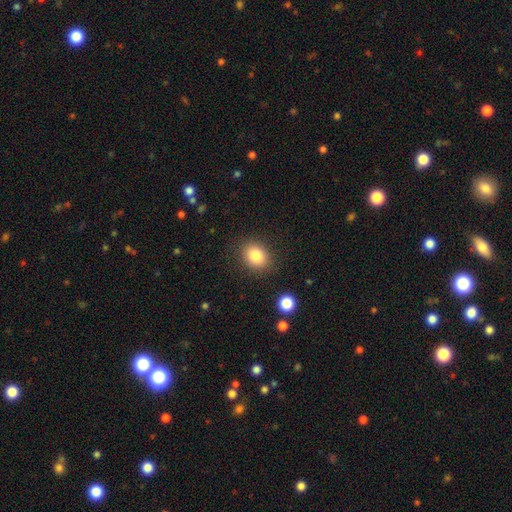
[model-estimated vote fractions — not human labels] smooth_or_featured: smooth (p=0.83) [alt: star or artifact p=0.10]
how_rounded: round (p=0.54) [alt: in between p=0.45]
merging: none (p=0.86) [alt: minor disturbance p=0.09]